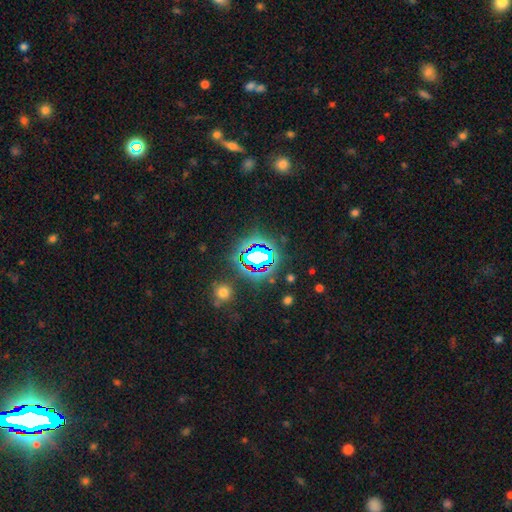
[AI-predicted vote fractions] smooth_or_featured: star or artifact (p=0.79) [alt: smooth p=0.14]